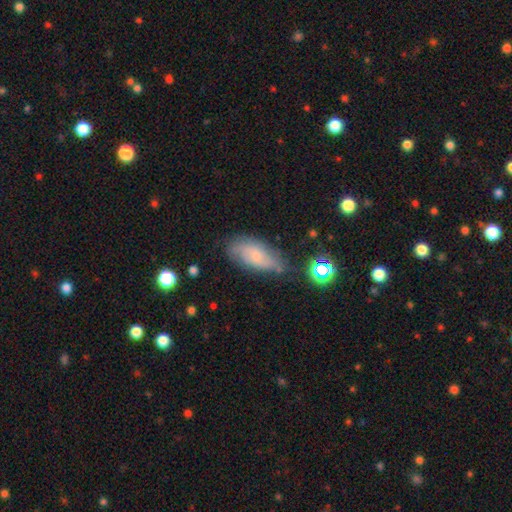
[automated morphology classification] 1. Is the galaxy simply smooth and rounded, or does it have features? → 51% smooth, 39% featured or disk, 10% star or artifact.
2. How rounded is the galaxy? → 84% in between, 13% cigar-shaped, 3% round.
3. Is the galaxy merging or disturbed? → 60% none, 27% minor disturbance, 8% major disturbance, 5% merger.